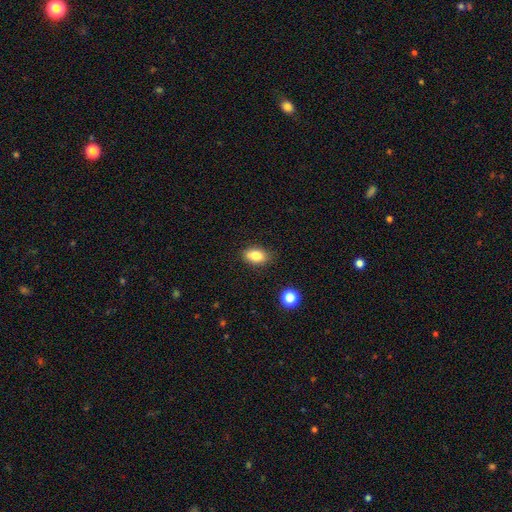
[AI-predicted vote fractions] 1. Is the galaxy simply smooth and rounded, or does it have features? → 83% smooth, 9% star or artifact, 8% featured or disk.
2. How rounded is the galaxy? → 87% in between, 11% round, 2% cigar-shaped.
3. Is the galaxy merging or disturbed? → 83% none, 13% minor disturbance, 3% major disturbance, 2% merger.